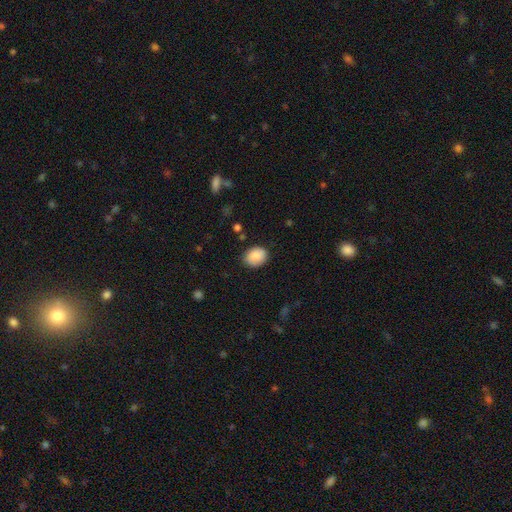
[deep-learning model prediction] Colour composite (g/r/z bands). It shows a smooth galaxy with no disk features (86%) that is in between round and cigar-shaped (50%). Merging: none (83%).